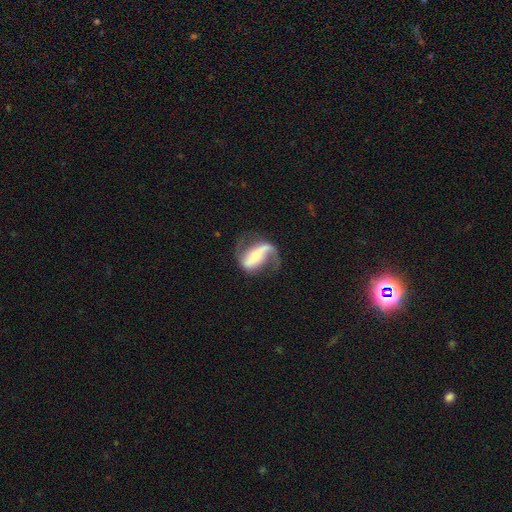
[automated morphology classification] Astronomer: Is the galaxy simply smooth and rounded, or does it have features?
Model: featured or disk — 85%.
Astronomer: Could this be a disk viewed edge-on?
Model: no — 95%.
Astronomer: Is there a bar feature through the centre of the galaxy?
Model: strong — 57%.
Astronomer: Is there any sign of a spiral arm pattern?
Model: yes — 94%.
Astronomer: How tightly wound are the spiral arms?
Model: loose — 63%.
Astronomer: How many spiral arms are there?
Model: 2 — 81%.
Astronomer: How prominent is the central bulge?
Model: small — 54% (runner-up: moderate, 35%).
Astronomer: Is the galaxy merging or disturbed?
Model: none — 61%.